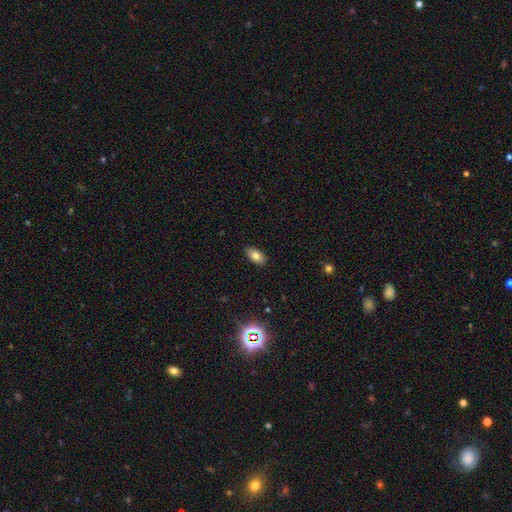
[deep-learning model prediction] Morphology: type=smooth (78%); roundness=in between (92%); merging=none (88%).